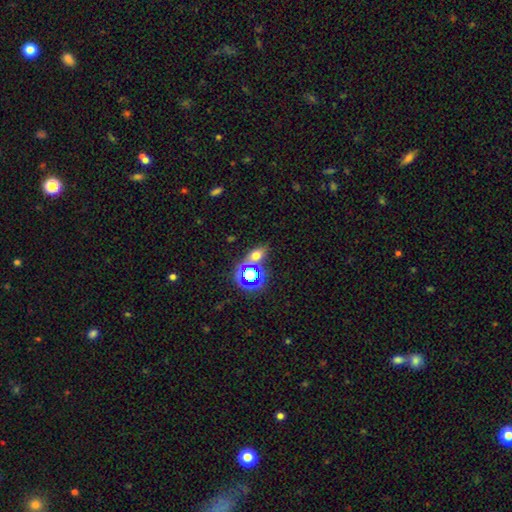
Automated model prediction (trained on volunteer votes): Morphology: type=smooth (55%); roundness=in between (66%); merging=none (70%).